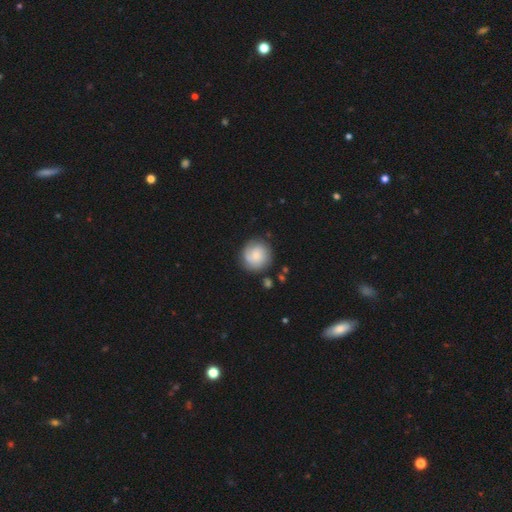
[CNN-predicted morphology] A smooth galaxy with no disk features (69%) that is round (93%). Merging: none (80%).